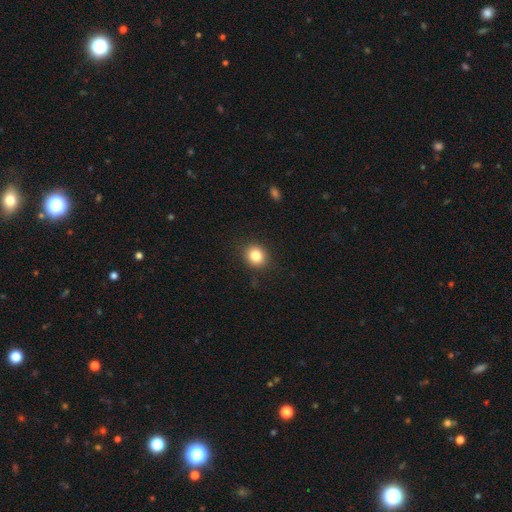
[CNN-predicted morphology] A smooth galaxy with no disk features (83%) that is round (79%). Merging: none (89%).